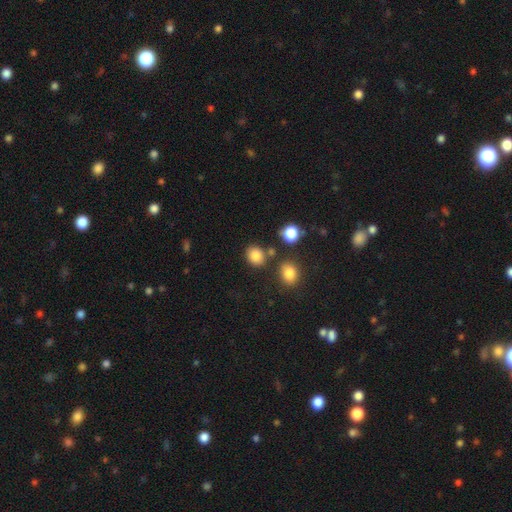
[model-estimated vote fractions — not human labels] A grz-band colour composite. It shows a smooth galaxy with no disk features (83%) that is round (63%). Merging: none (76%).